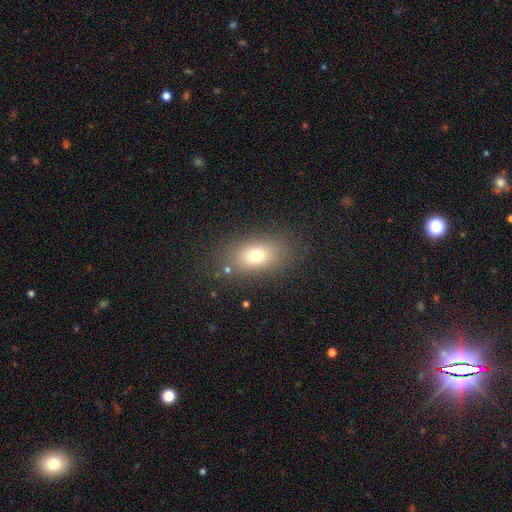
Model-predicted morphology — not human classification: This appears to be a smooth galaxy with no disk features (73%) that is in between round and cigar-shaped (79%). Merging: none (81%).